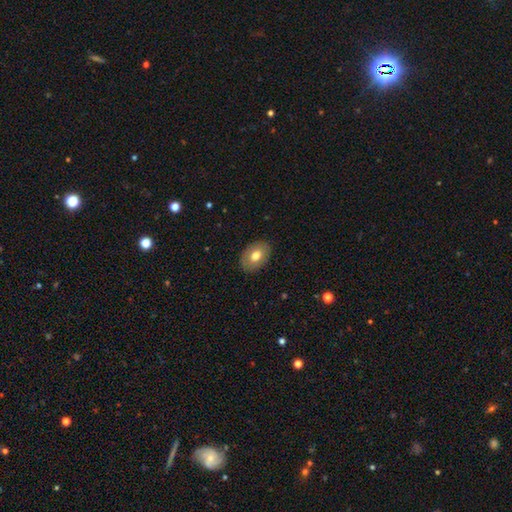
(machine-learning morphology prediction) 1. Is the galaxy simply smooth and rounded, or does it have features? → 72% smooth, 20% featured or disk, 7% star or artifact.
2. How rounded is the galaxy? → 82% in between, 17% round, 1% cigar-shaped.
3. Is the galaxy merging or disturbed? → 86% none, 10% minor disturbance, 2% major disturbance, 1% merger.